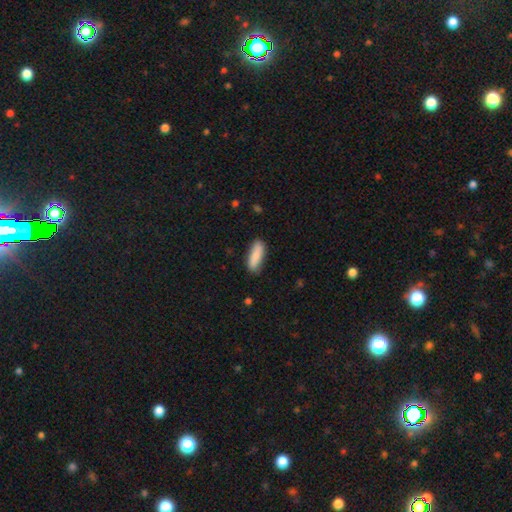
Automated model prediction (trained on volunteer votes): This appears to be a smooth galaxy with no disk features (83%) that is in between round and cigar-shaped (55%). Merging: none (81%).